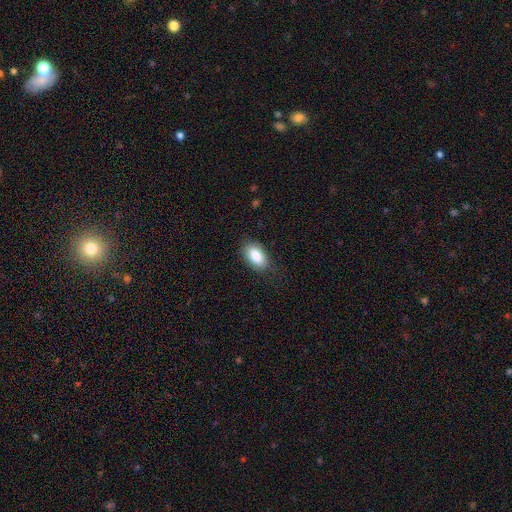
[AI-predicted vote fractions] The model was most divided on "merging": none: 79%, minor disturbance: 16%, major disturbance: 4%, merger: 1%. More confident: how rounded — in between (92%); smooth or featured — smooth (86%).